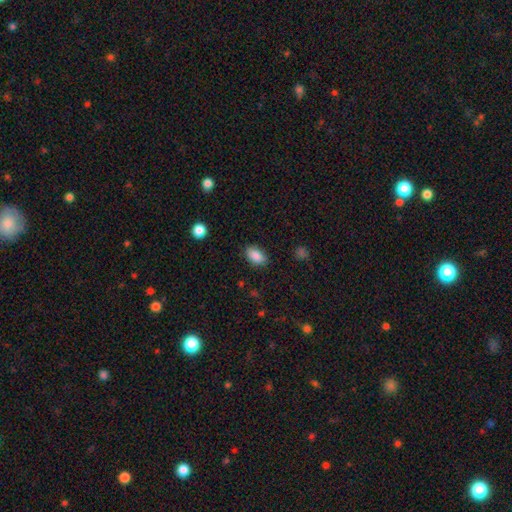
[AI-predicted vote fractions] Q: Smooth or featured?
A: smooth (87%); runner-up: star or artifact (8%)
Q: How rounded?
A: in between (89%); runner-up: round (9%)
Q: Merging?
A: none (84%); runner-up: minor disturbance (12%)